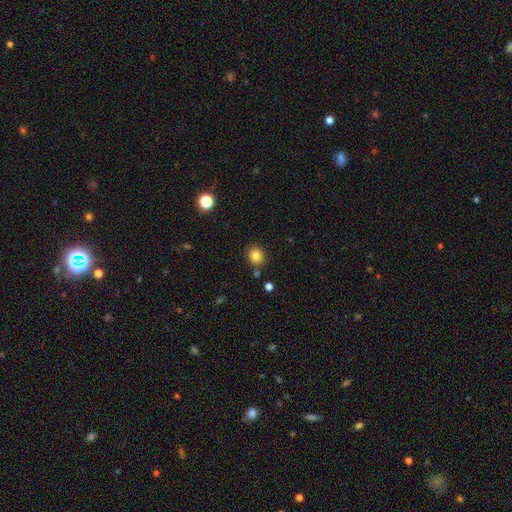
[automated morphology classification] Smooth or featured? smooth (83%)
How rounded? round (73%)
Merging? none (83%)